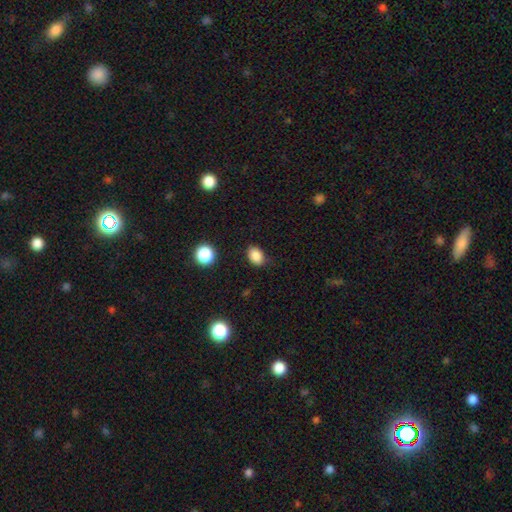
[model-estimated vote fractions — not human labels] smooth_or_featured: smooth (p=0.86) [alt: star or artifact p=0.10]
how_rounded: in between (p=0.72) [alt: round p=0.27]
merging: none (p=0.78) [alt: minor disturbance p=0.16]